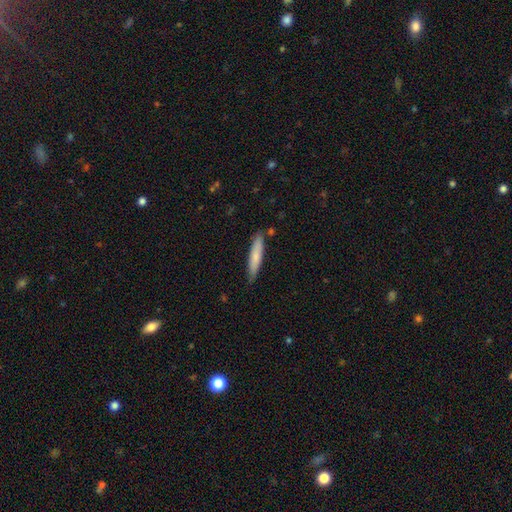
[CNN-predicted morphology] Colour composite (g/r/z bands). It shows a smooth galaxy with no disk features (73%) that is cigar-shaped (90%). Merging: none (82%).